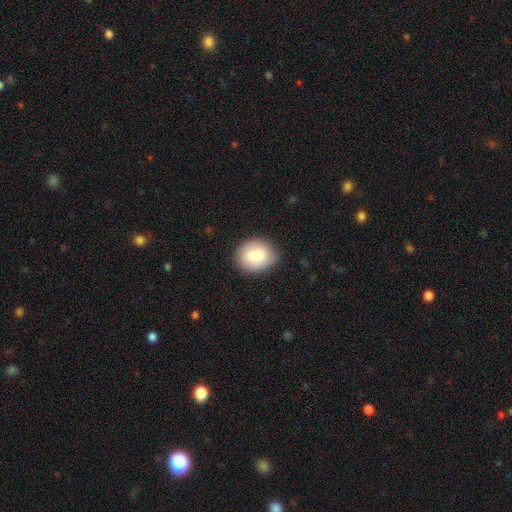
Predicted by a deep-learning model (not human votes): The model was most divided on "how rounded": in between: 54%, round: 45%, cigar-shaped: 1%. More confident: smooth or featured — smooth (85%); merging — none (82%).